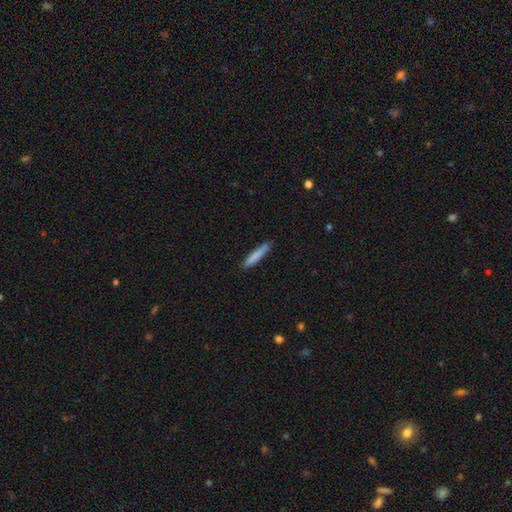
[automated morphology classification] Overall: smooth (83%). How rounded: cigar-shaped (92%). Merging: none (86%).